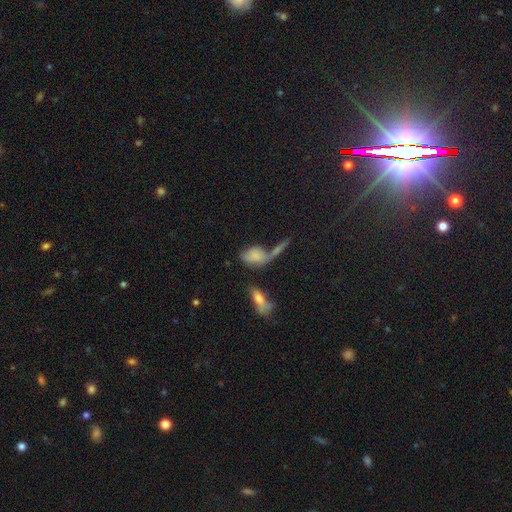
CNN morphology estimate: Smooth or featured? smooth (71%)
How rounded? in between (83%)
Merging? merger (46%)